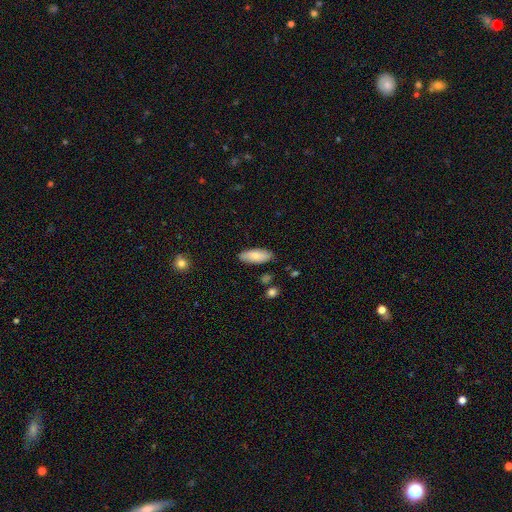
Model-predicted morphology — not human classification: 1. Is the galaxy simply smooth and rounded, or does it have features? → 78% smooth, 16% featured or disk, 6% star or artifact.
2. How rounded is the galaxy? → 80% in between, 18% cigar-shaped, 2% round.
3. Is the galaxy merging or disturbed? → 85% none, 12% minor disturbance, 2% major disturbance, 2% merger.